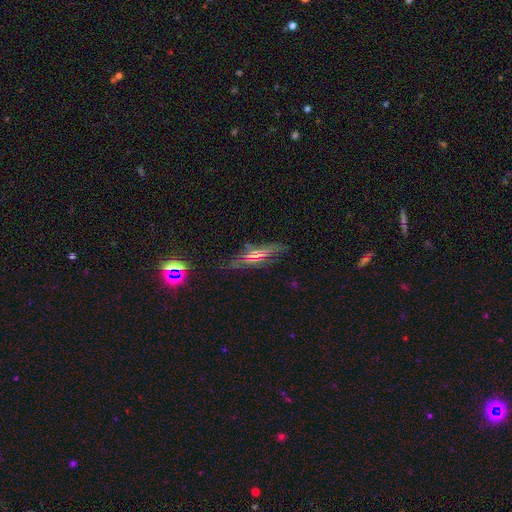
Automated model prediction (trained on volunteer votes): This appears to be a smooth galaxy with no disk features (44%). Merging: none (79%).